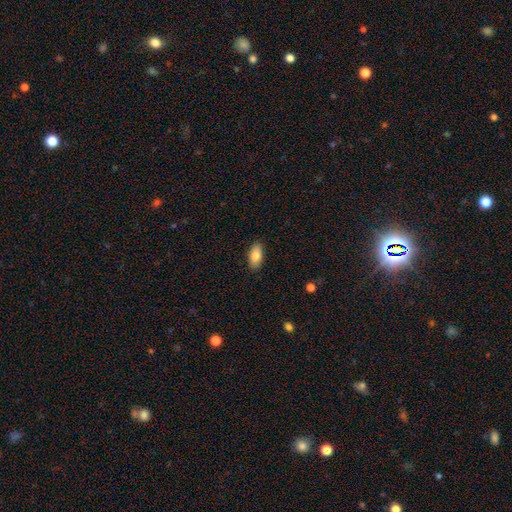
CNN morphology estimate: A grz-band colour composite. It shows a smooth galaxy with no disk features (85%) that is in between round and cigar-shaped (91%). Merging: none (88%).